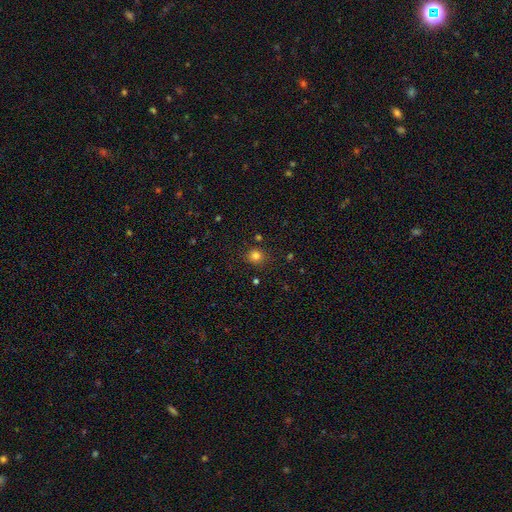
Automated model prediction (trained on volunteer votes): The model was most divided on "smooth or featured": smooth: 81%, star or artifact: 14%, featured or disk: 5%. More confident: how rounded — round (86%); merging — none (85%).